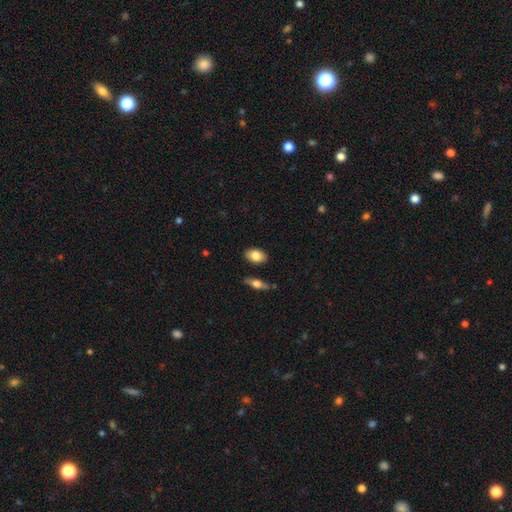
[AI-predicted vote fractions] smooth-or-featured: smooth: 79% | featured or disk: 14% | star or artifact: 6%
  how-rounded: in between: 89% | round: 8% | cigar-shaped: 3%
  merging: none: 84% | minor disturbance: 11% | merger: 3% | major disturbance: 2%